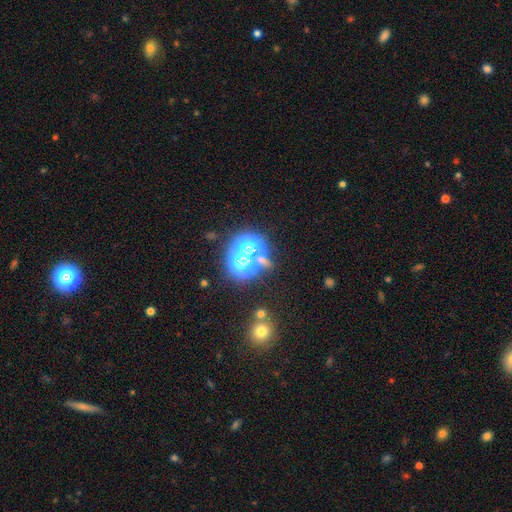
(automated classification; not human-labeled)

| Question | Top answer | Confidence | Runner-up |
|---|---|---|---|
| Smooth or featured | star or artifact | 42% | featured or disk (29%) |